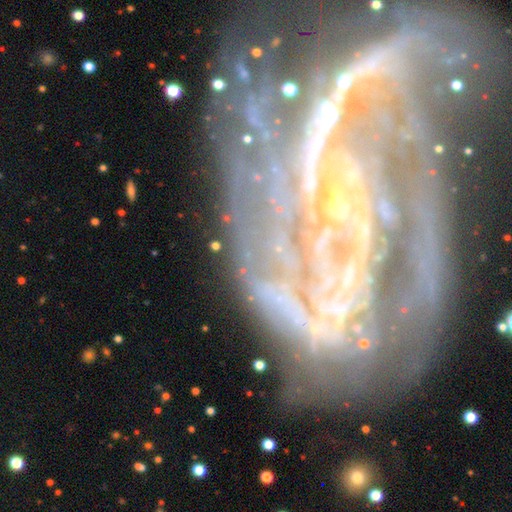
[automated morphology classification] type=featured or disk (78%); edge-on=no (94%); bar=no (41%); spiral arms=yes (89%); winding=tight (63%); arm count=can't tell (26%); bulge=small (62%); merging=none (59%).